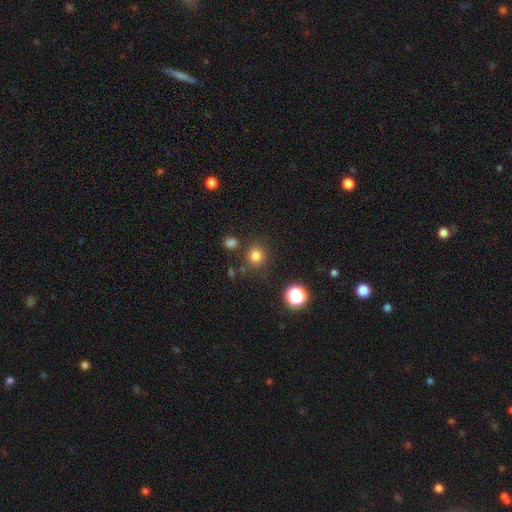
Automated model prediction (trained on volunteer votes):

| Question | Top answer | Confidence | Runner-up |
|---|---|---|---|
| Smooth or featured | smooth | 80% | star or artifact (15%) |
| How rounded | round | 88% | in between (11%) |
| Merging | none | 80% | minor disturbance (10%) |